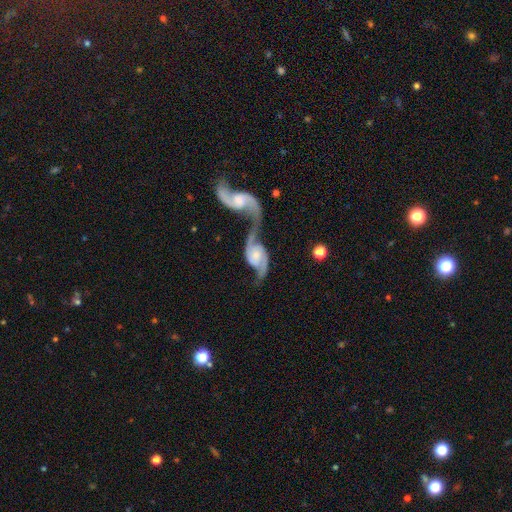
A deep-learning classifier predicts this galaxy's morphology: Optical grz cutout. It shows a featured or disk galaxy (88%) with no bar (56%), 2 (91%) loose (55%) spiral arms (96%) and a small central bulge (45%). Merging: merger (69%).